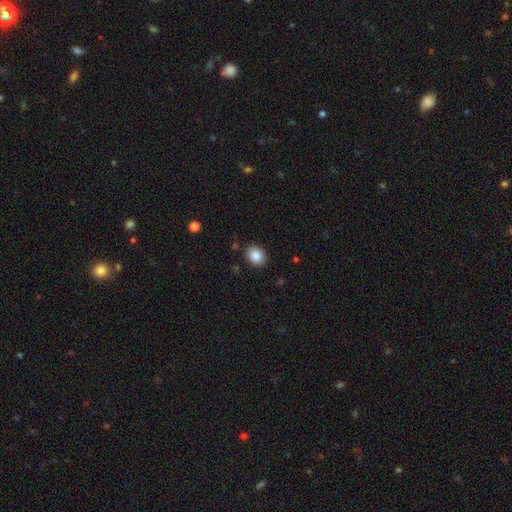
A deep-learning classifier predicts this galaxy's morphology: Overall: smooth (86%). How rounded: round (55%; in between 44%). Merging: none (87%).